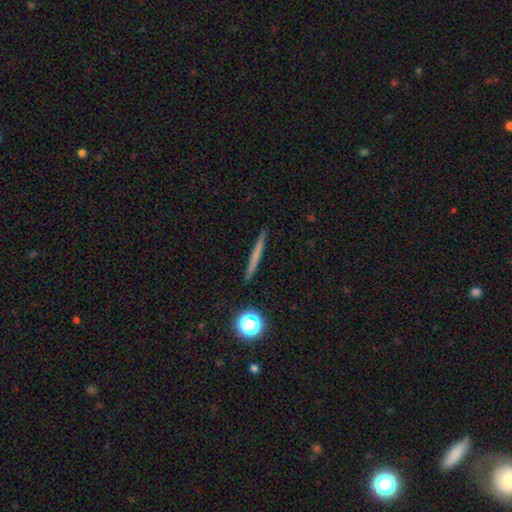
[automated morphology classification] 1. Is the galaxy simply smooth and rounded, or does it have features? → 55% smooth, 35% featured or disk, 10% star or artifact.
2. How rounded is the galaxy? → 92% cigar-shaped, 5% round, 3% in between.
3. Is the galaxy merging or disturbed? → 92% none, 6% minor disturbance, 1% major disturbance, 1% merger.